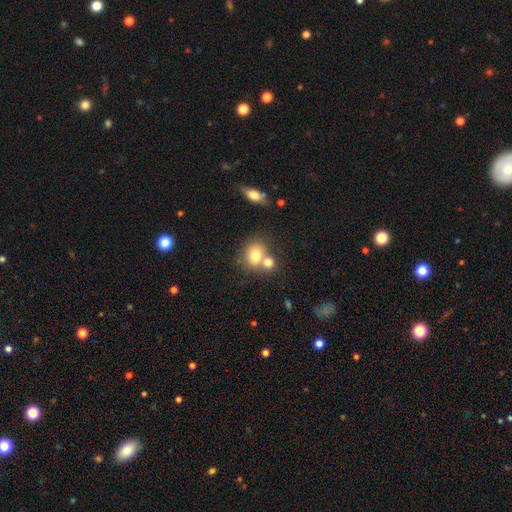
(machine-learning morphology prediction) A smooth galaxy with no disk features (75%) that is round (59%). Merging: merger (47%).